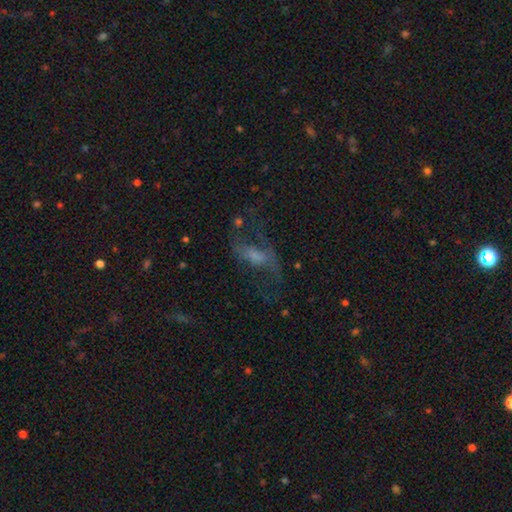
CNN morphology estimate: A featured or disk galaxy (61%) with no bar (46%), spiral arms (65%) and a small central bulge (34%).

Vote fractions:
- Smooth or featured? featured or disk: 61% / smooth: 23% / star or artifact: 16%
- Edge-on disk? no: 91% / yes: 9%
- Bar? no: 46% / weak: 37% / strong: 17%
- Spiral arms? yes: 65% / no: 35%
- Bulge size? small: 34% / none: 30% / moderate: 27% / large: 8% / dominant: 2%
- Merging? none: 44% / major disturbance: 36% / minor disturbance: 16% / merger: 4%